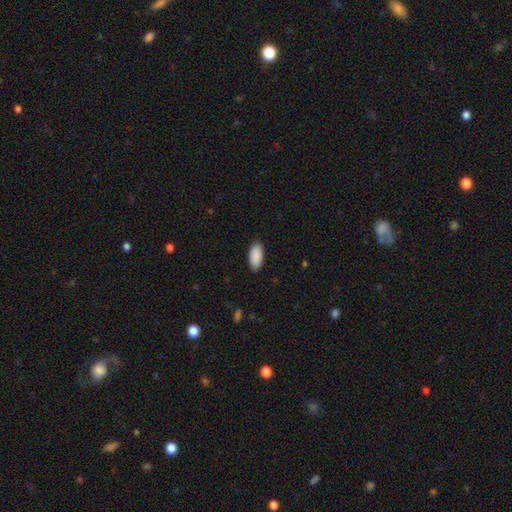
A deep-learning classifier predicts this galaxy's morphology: Q: Smooth or featured?
A: smooth (91%); runner-up: star or artifact (6%)
Q: How rounded?
A: in between (91%); runner-up: cigar-shaped (7%)
Q: Merging?
A: none (88%); runner-up: minor disturbance (9%)